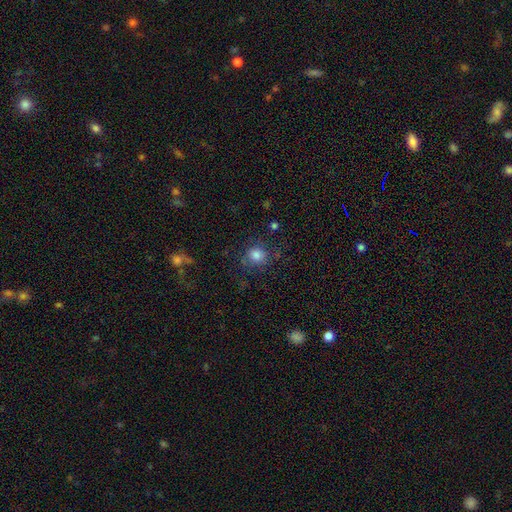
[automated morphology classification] smooth 81%, star or artifact 12%, featured or disk 7%. Down the decision tree: how rounded — round (86%); merging — none (75%).